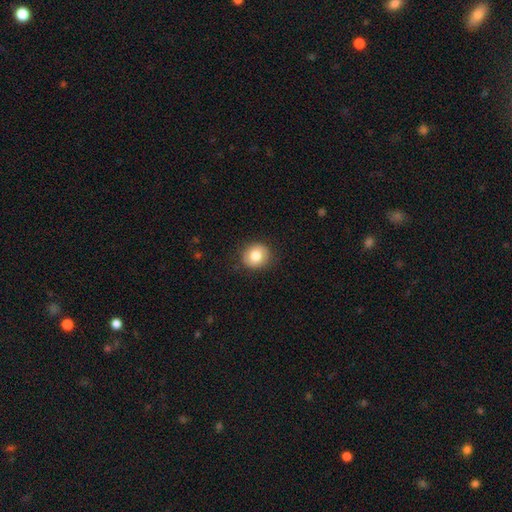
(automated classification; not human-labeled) Morphology: type=smooth (80%); roundness=round (85%); merging=none (88%).